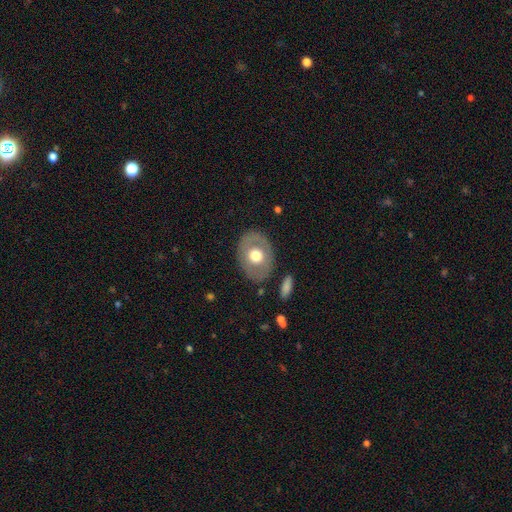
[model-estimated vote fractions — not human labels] This is possibly a smooth galaxy (54%). How rounded: likely in between (63%). Merging: clearly none (82%).